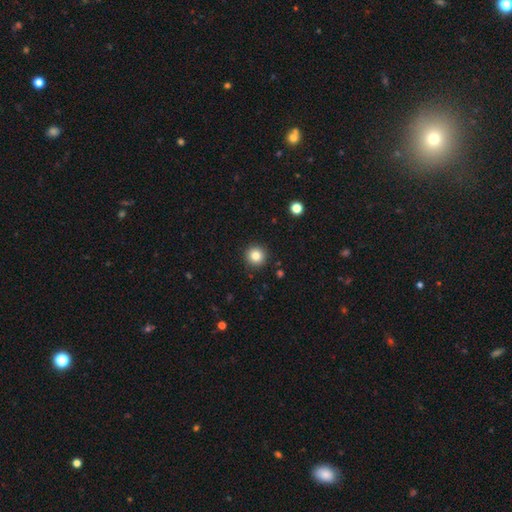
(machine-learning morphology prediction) This appears to be a smooth galaxy with no disk features (83%) that is round (95%). Merging: none (92%).